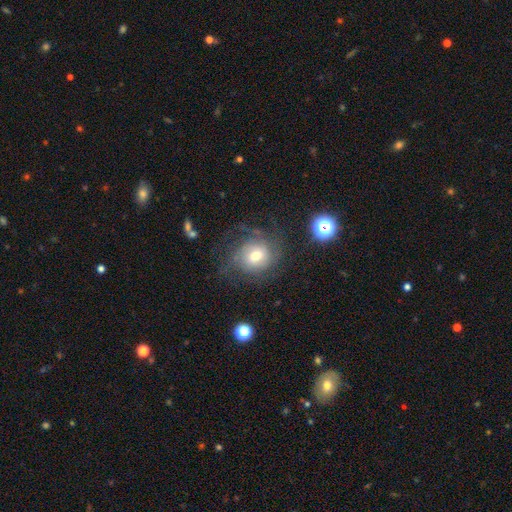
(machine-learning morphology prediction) featured or disk 45%, smooth 41%, star or artifact 13%. Down the decision tree: merging — none (62%).